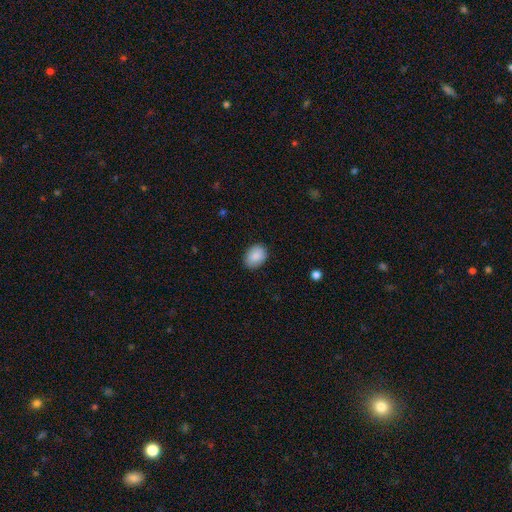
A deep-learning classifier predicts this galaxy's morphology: A smooth galaxy with no disk features (87%) that is in between round and cigar-shaped (69%).

Vote fractions:
- Smooth or featured? smooth: 87% / star or artifact: 7% / featured or disk: 6%
- How rounded? in between: 69% / round: 30% / cigar-shaped: 1%
- Merging? none: 85% / minor disturbance: 11% / major disturbance: 2% / merger: 1%